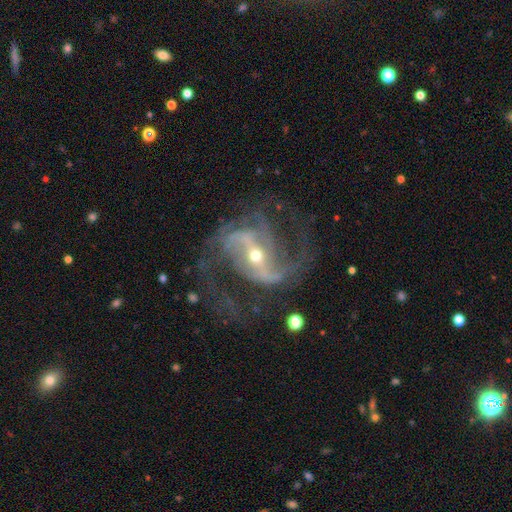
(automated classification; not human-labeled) Morphology: type=featured or disk (90%); edge-on=no (97%); bar=strong (56%); spiral arms=yes (96%); winding=medium (46%); arm count=2 (72%); bulge=small (56%); merging=none (57%).